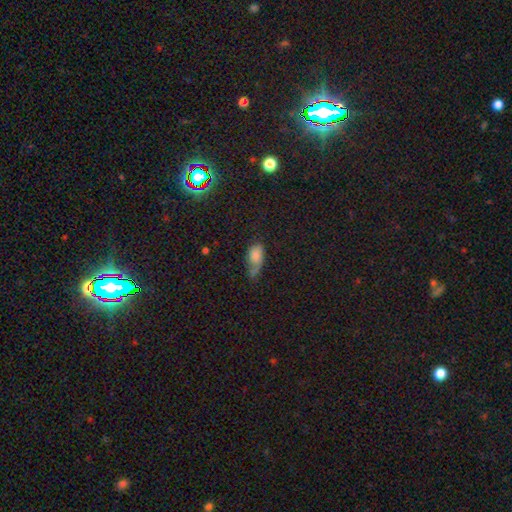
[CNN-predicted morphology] Q: Smooth or featured?
A: smooth (68%); runner-up: featured or disk (20%)
Q: How rounded?
A: in between (88%); runner-up: round (8%)
Q: Merging?
A: none (35%); runner-up: minor disturbance (32%)